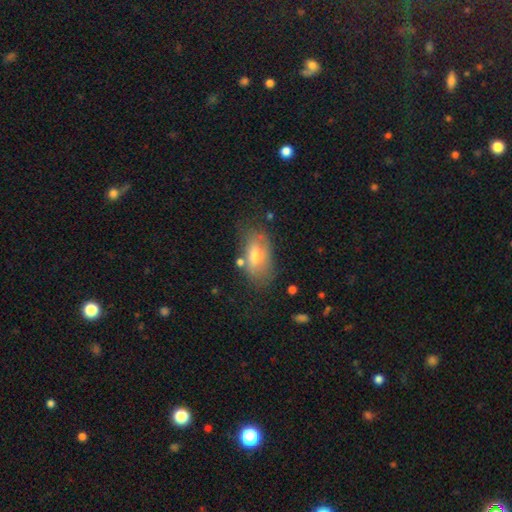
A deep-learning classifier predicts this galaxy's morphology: This is likely a smooth galaxy (63%). How rounded: clearly in between (89%). Merging: likely none (61%).